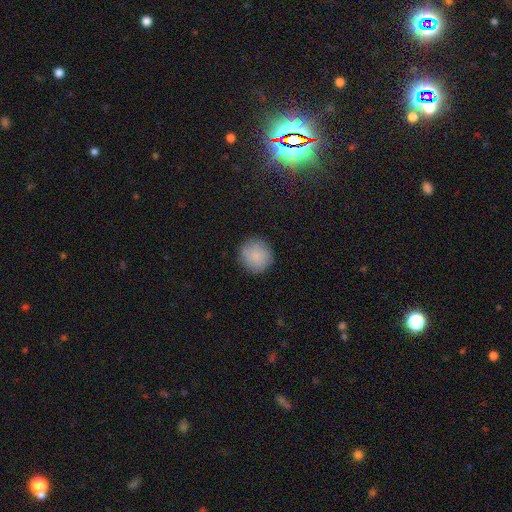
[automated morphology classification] The model was most divided on "smooth or featured": smooth: 83%, featured or disk: 9%, star or artifact: 8%. More confident: how rounded — round (93%); merging — none (87%).